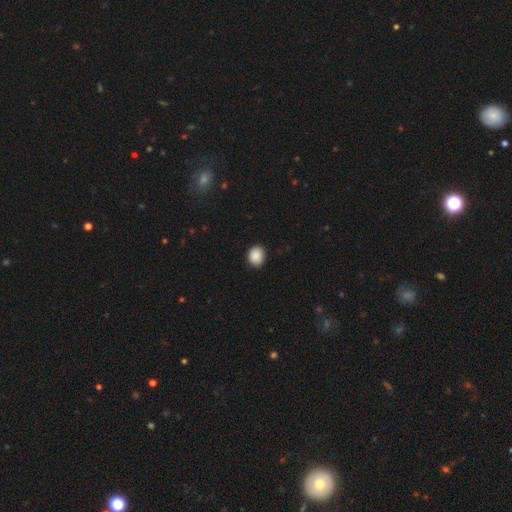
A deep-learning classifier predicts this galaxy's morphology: This appears to be a smooth galaxy with no disk features (89%) that is round (69%). Merging: none (87%).